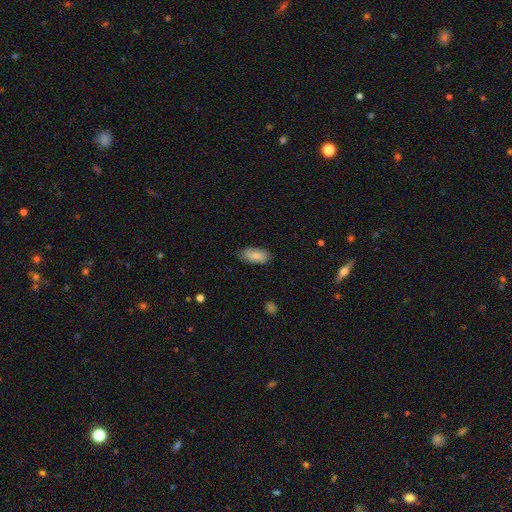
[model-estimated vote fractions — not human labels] smooth 84%, featured or disk 10%, star or artifact 6%. Down the decision tree: how rounded — in between (91%); merging — none (79%).